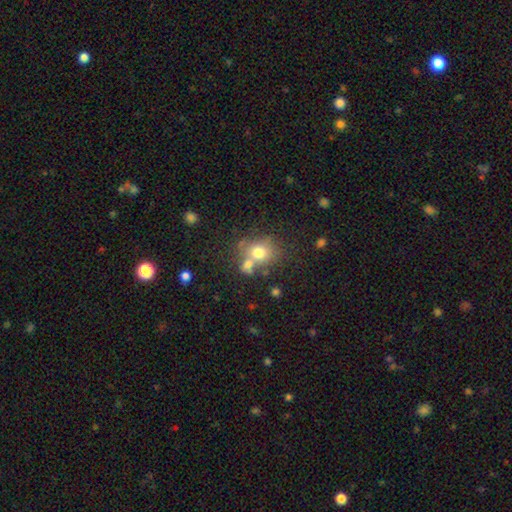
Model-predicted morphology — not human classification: type=smooth (67%); roundness=round (69%); merging=none (51%).